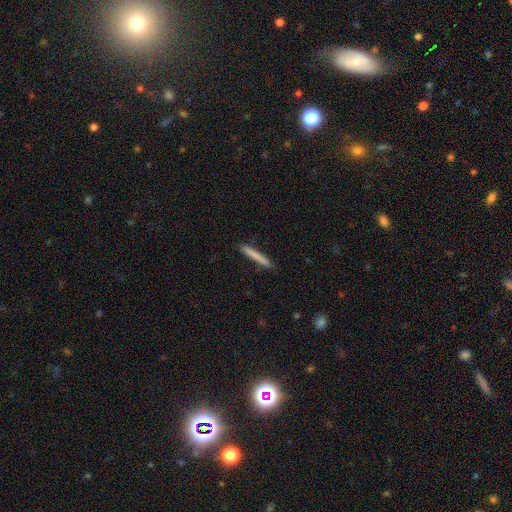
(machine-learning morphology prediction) smooth-or-featured: smooth: 77% | featured or disk: 18% | star or artifact: 6%
  how-rounded: cigar-shaped: 96% | in between: 2% | round: 1%
  merging: none: 89% | minor disturbance: 8% | major disturbance: 2% | merger: 1%